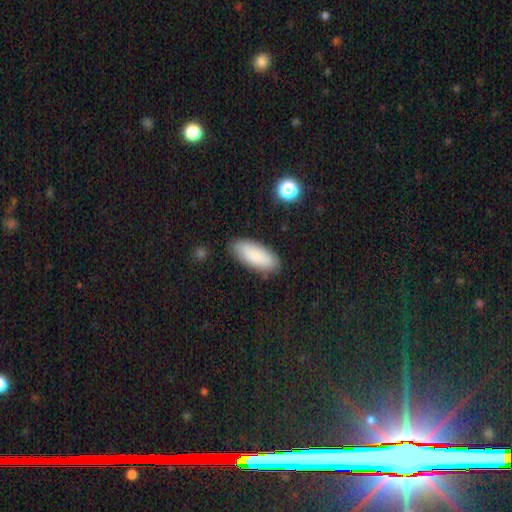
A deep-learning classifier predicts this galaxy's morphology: smooth_or_featured: smooth (p=0.85) [alt: featured or disk p=0.08]
how_rounded: in between (p=0.78) [alt: cigar-shaped p=0.20]
merging: none (p=0.84) [alt: minor disturbance p=0.12]